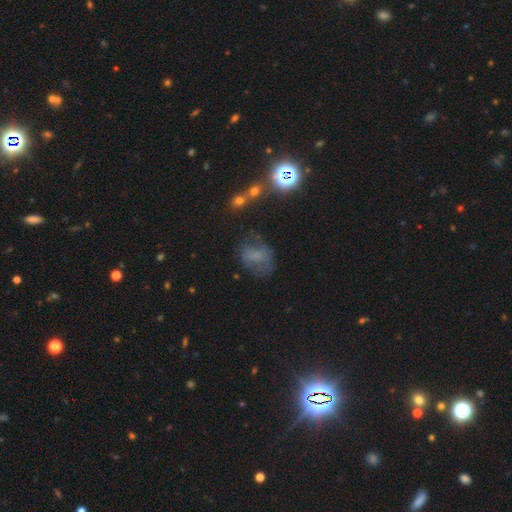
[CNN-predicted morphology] A smooth galaxy with no disk features (52%) that is in between round and cigar-shaped (63%).

Vote fractions:
- Smooth or featured? smooth: 52% / featured or disk: 27% / star or artifact: 21%
- How rounded? in between: 63% / round: 36% / cigar-shaped: 2%
- Merging? none: 51% / minor disturbance: 24% / major disturbance: 21% / merger: 4%